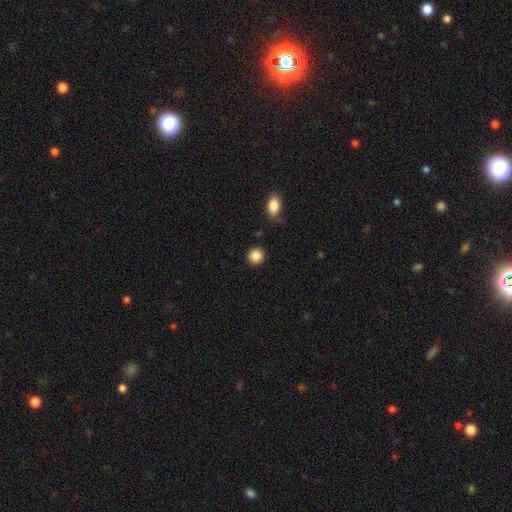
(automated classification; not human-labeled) A smooth galaxy with no disk features (87%) that is round (92%). Merging: none (89%).